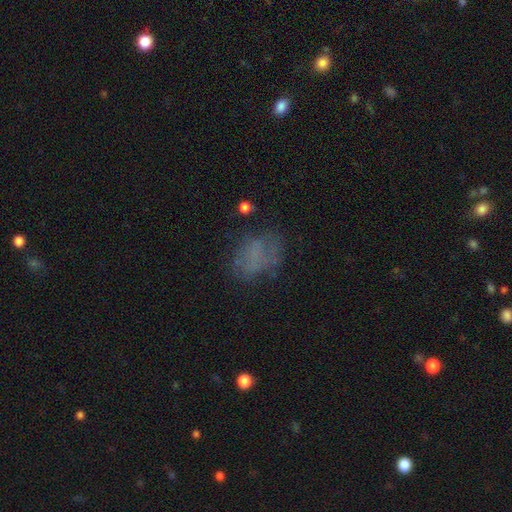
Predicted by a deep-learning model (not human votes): A smooth galaxy with no disk features (56%) that is in between round and cigar-shaped (72%).

Vote fractions:
- Smooth or featured? smooth: 56% / featured or disk: 25% / star or artifact: 19%
- How rounded? in between: 72% / round: 26% / cigar-shaped: 2%
- Merging? none: 59% / minor disturbance: 21% / major disturbance: 17% / merger: 3%